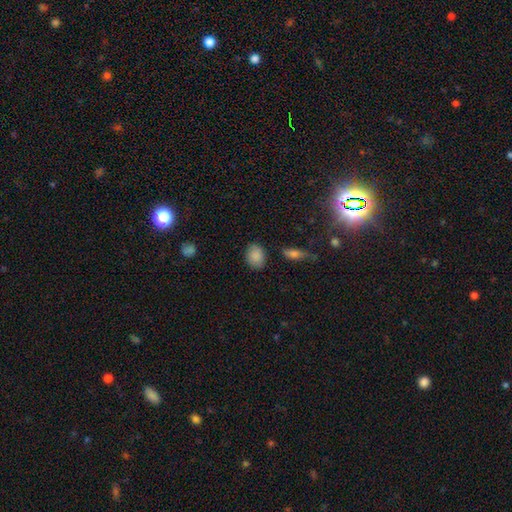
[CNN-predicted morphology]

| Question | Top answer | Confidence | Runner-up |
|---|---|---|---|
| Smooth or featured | smooth | 86% | star or artifact (8%) |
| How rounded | in between | 56% | round (43%) |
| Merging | none | 84% | minor disturbance (11%) |